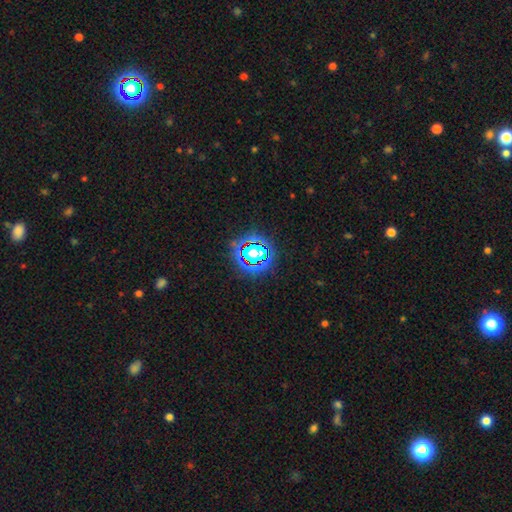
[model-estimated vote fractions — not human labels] smooth_or_featured: star or artifact (p=0.63) [alt: smooth p=0.24]